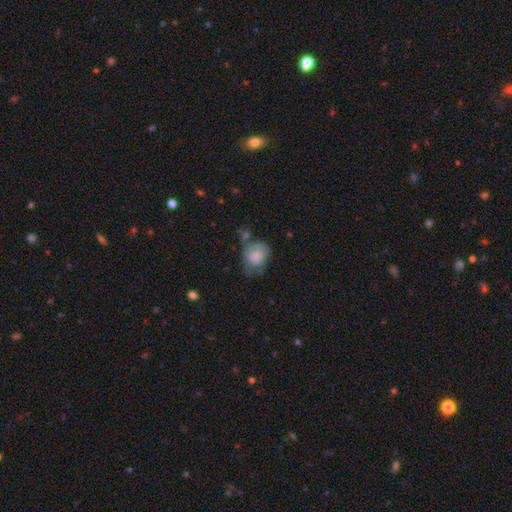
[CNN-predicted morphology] This appears to be a smooth galaxy with no disk features (66%) that is in between round and cigar-shaped (51%). Merging: minor disturbance (32%).